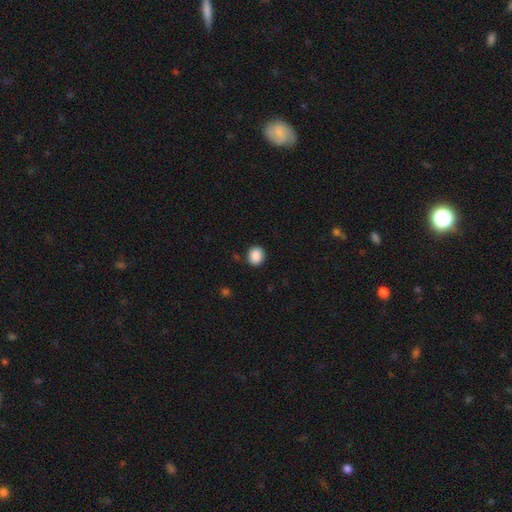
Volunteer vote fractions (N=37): Overall: smooth (92%). How rounded: round (88%). Merging: none (94%).